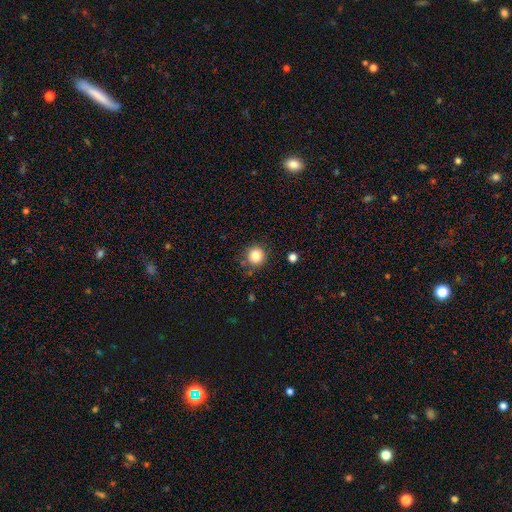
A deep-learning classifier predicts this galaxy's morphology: Overall: smooth (83%). How rounded: round (93%). Merging: none (84%).